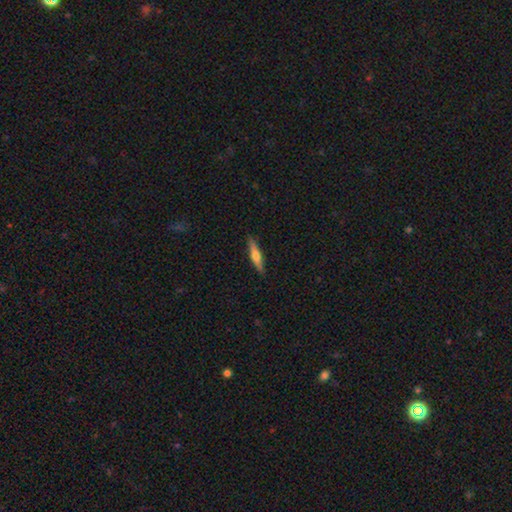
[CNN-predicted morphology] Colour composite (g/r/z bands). It shows a smooth galaxy with no disk features (49%). Merging: none (89%).